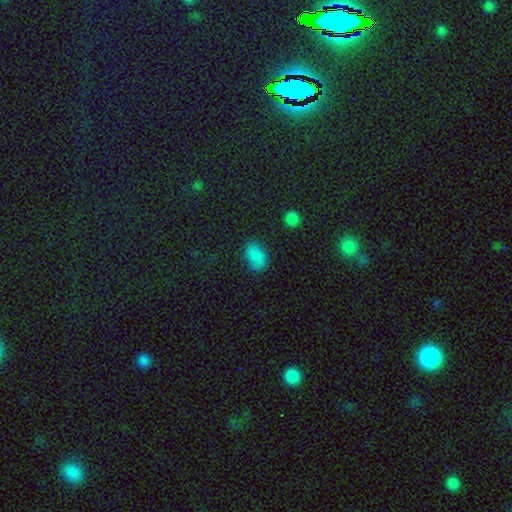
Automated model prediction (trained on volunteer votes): smooth-or-featured: smooth: 83% | star or artifact: 12% | featured or disk: 5%
  how-rounded: in between: 89% | round: 9% | cigar-shaped: 2%
  merging: none: 78% | minor disturbance: 15% | major disturbance: 4% | merger: 2%